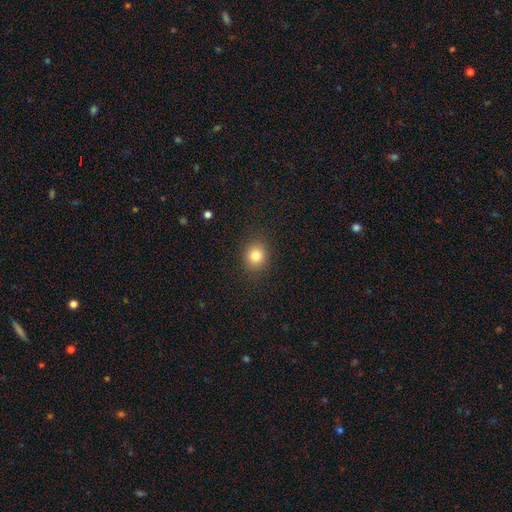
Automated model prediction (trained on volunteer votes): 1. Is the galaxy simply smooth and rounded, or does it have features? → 82% smooth, 11% star or artifact, 6% featured or disk.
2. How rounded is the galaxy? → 75% round, 24% in between, 1% cigar-shaped.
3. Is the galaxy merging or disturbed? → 88% none, 8% minor disturbance, 3% major disturbance, 1% merger.